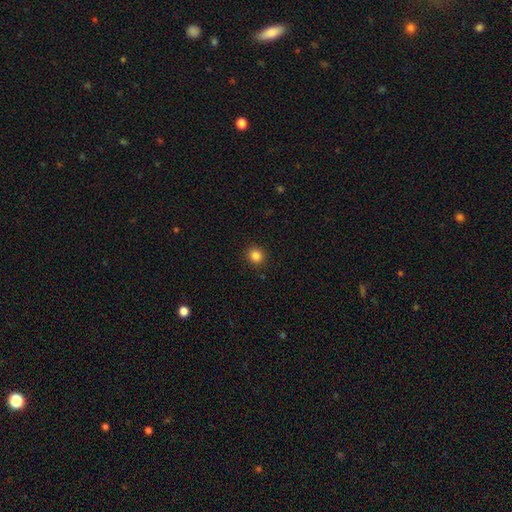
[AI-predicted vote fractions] This appears to be a smooth galaxy with no disk features (85%) that is round (87%). Merging: none (92%).